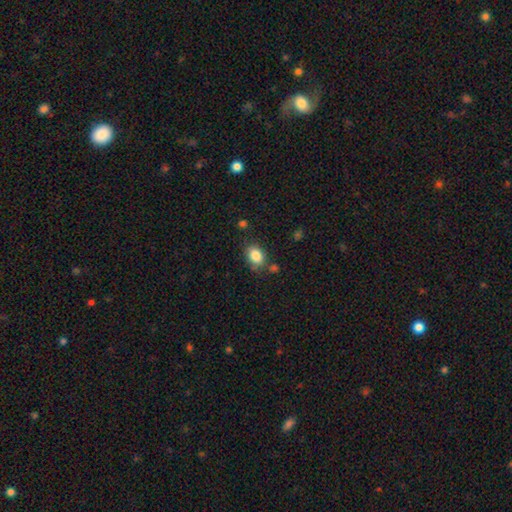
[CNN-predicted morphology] Smooth or featured: smooth — 85% (star or artifact — 9%)
How rounded: in between — 70% (round — 29%)
Merging: none — 73% (minor disturbance — 16%)